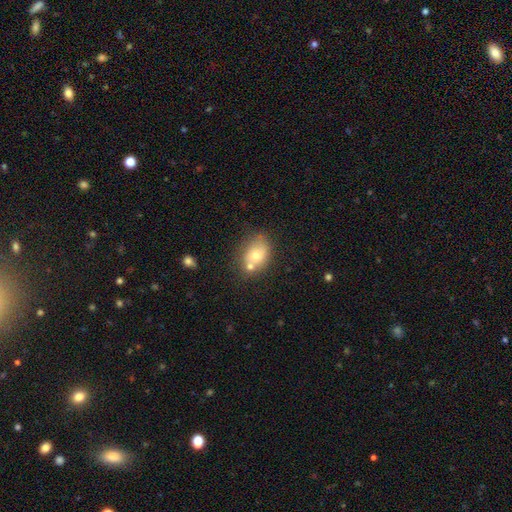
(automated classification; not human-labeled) smooth-or-featured: smooth: 66% | featured or disk: 24% | star or artifact: 10%
  how-rounded: in between: 66% | round: 33% | cigar-shaped: 1%
  merging: none: 52% | merger: 27% | minor disturbance: 16% | major disturbance: 5%